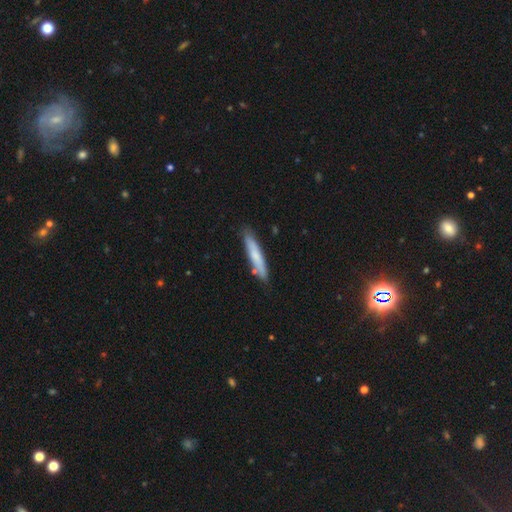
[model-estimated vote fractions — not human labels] A smooth galaxy with no disk features (70%) that is cigar-shaped (92%). Merging: none (82%).